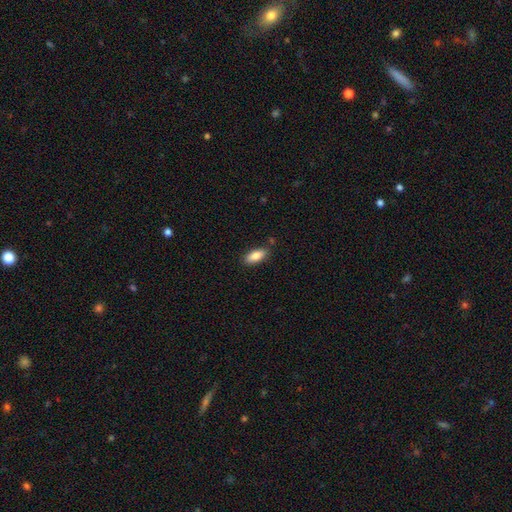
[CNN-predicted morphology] Smooth or featured? Predicted: smooth (p=0.84). How rounded? Predicted: in between (p=0.83). Merging? Predicted: none (p=0.84).